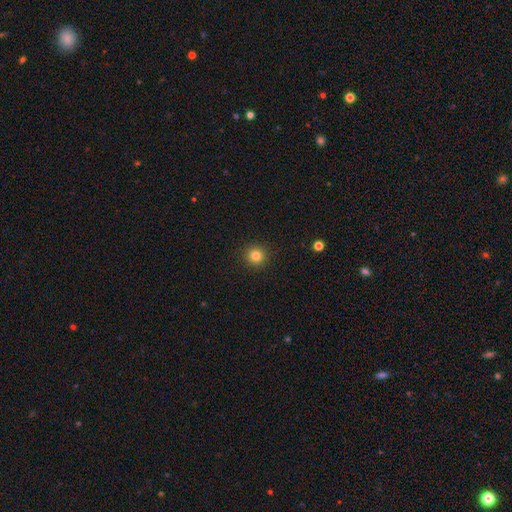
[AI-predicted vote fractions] Smooth or featured? Predicted: smooth (p=0.83). How rounded? Predicted: round (p=0.95). Merging? Predicted: none (p=0.92).